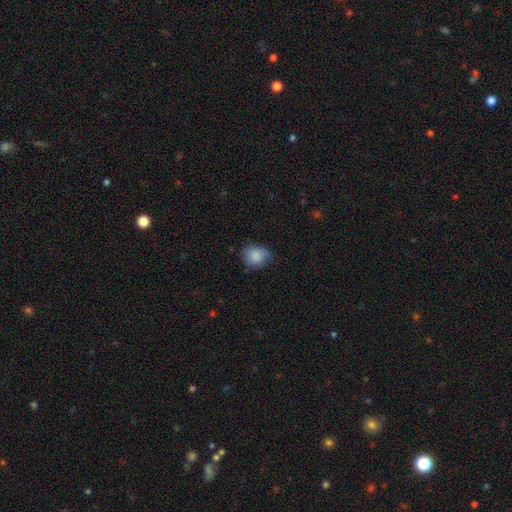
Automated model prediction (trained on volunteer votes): smooth-or-featured: smooth: 86% | star or artifact: 8% | featured or disk: 7%
  how-rounded: round: 73% | in between: 26% | cigar-shaped: 1%
  merging: none: 67% | minor disturbance: 26% | major disturbance: 6% | merger: 1%